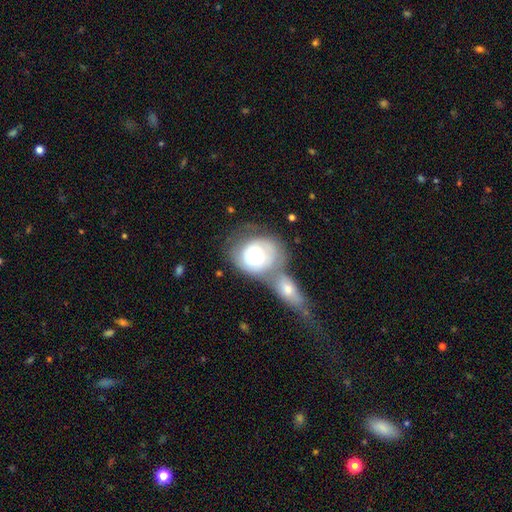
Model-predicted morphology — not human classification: Smooth or featured?
  - smooth: 48% *
  - featured or disk: 46%
  - star or artifact: 6%
Merging?
  - merger: 51% *
  - none: 23%
  - minor disturbance: 13%
  - major disturbance: 13%